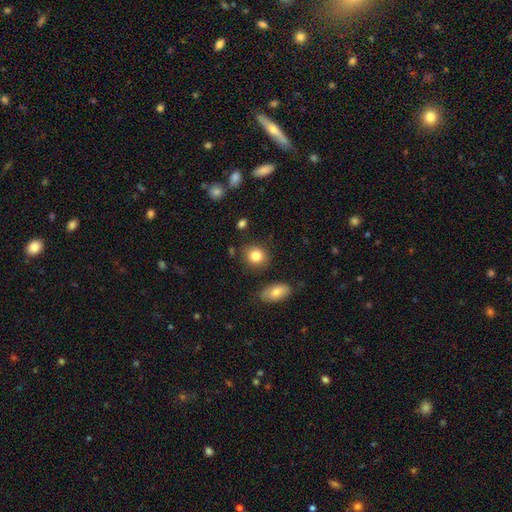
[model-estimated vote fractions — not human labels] Smooth or featured: smooth — 83% (star or artifact — 9%)
How rounded: round — 75% (in between — 24%)
Merging: none — 84% (minor disturbance — 9%)